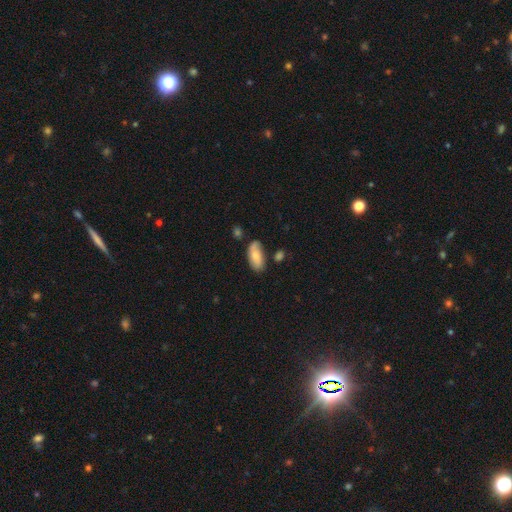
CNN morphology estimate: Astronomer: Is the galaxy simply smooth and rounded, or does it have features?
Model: smooth — 75%.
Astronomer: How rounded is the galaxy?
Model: in between — 91%.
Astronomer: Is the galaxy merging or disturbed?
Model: none — 64%.